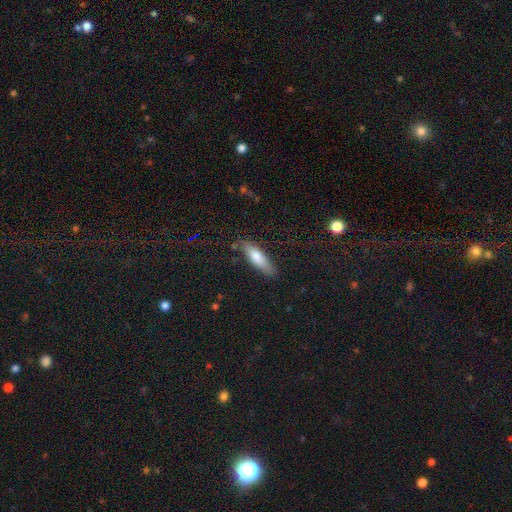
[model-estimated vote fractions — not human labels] Smooth or featured? smooth (72%)
How rounded? cigar-shaped (58%)
Merging? none (83%)